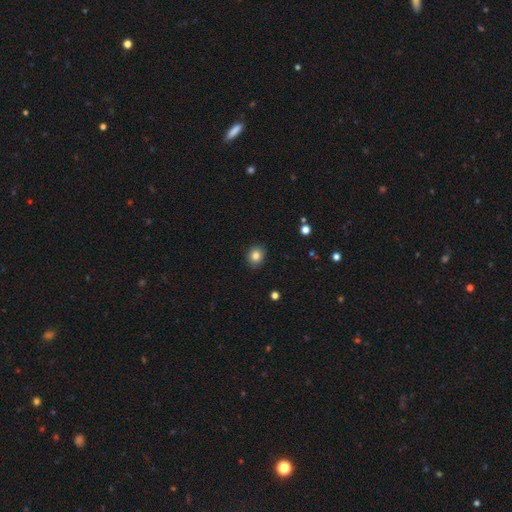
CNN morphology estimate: This is clearly a smooth galaxy (83%). How rounded: likely round (71%). Merging: clearly none (90%).